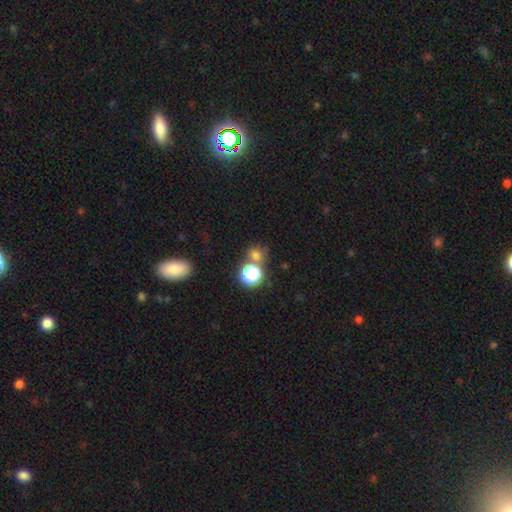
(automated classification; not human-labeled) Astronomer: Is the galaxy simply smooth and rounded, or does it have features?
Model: smooth — 66%.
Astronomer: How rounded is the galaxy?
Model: round — 79%.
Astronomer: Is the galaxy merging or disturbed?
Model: none — 64%.